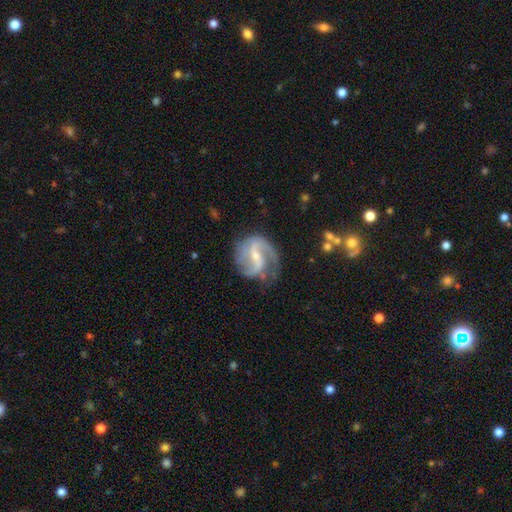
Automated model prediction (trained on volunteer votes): Smooth or featured? Predicted: featured or disk (p=0.87). Edge-on disk? Predicted: no (p=0.98). Bar? Predicted: weak (p=0.48). Spiral arms? Predicted: yes (p=0.96). Spiral winding? Predicted: medium (p=0.51). Spiral arm count? Predicted: 2 (p=0.72). Bulge size? Predicted: small (p=0.62). Merging? Predicted: none (p=0.65).